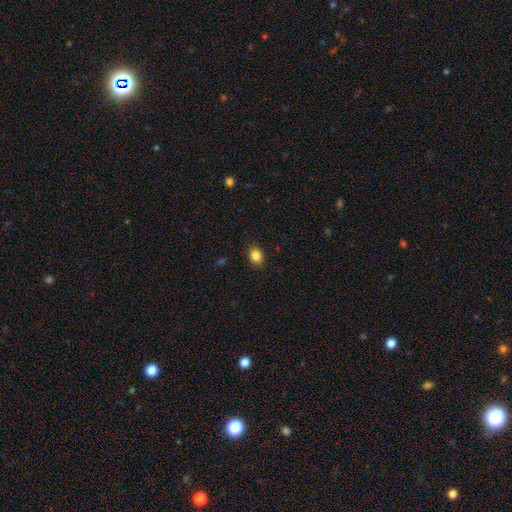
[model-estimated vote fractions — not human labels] Smooth or featured? Predicted: smooth (p=0.85). How rounded? Predicted: in between (p=0.50). Merging? Predicted: none (p=0.88).